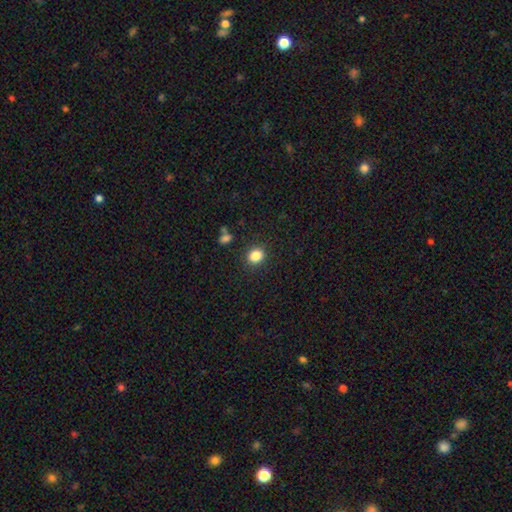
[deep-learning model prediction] Overall: smooth (85%). How rounded: round (64%; in between 35%). Merging: none (87%).